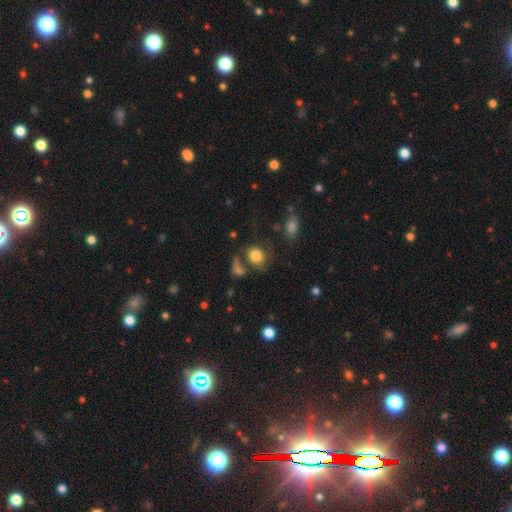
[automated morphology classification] Smooth or featured?
  - smooth: 80% *
  - featured or disk: 10%
  - star or artifact: 9%
How rounded?
  - round: 60% *
  - in between: 39%
  - cigar-shaped: 1%
Merging?
  - none: 57% *
  - merger: 17%
  - minor disturbance: 17%
  - major disturbance: 10%